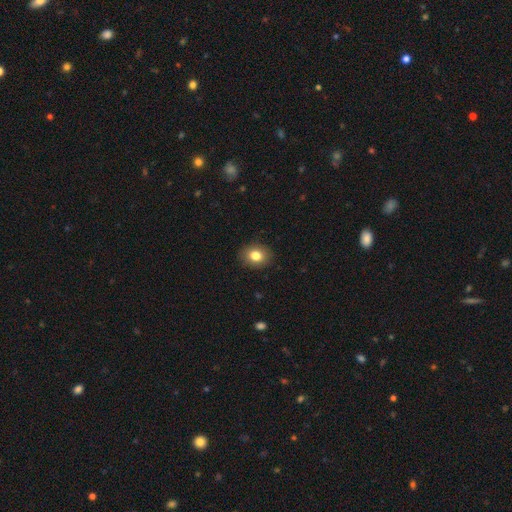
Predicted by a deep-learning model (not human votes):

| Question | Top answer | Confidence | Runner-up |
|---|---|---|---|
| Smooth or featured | smooth | 81% | star or artifact (10%) |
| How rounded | round | 54% | in between (45%) |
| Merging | none | 90% | minor disturbance (8%) |